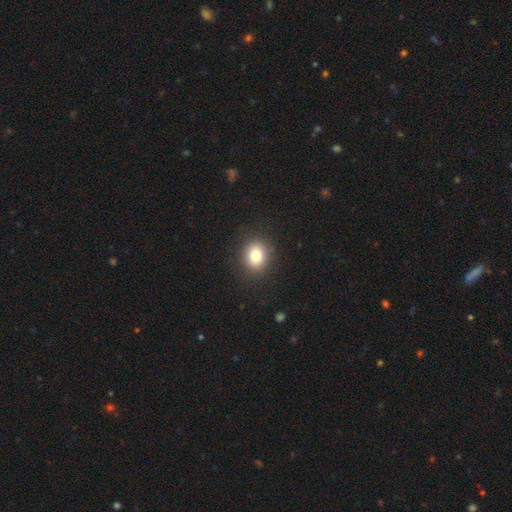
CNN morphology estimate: The model was most divided on "how rounded": round: 61%, in between: 38%, cigar-shaped: 1%. More confident: merging — none (88%); smooth or featured — smooth (80%).